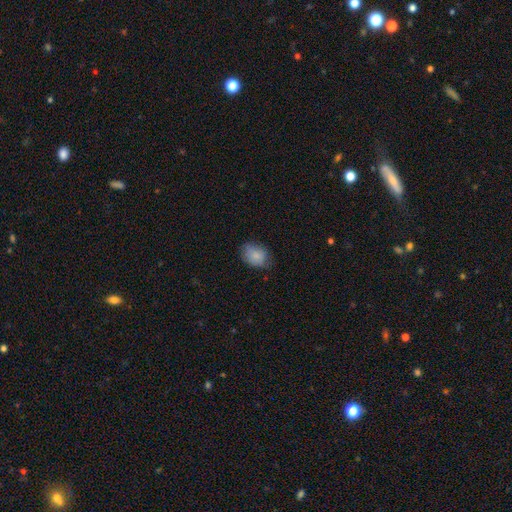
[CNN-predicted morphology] smooth 85%, featured or disk 8%, star or artifact 7%. Down the decision tree: how rounded — in between (72%); merging — none (71%).